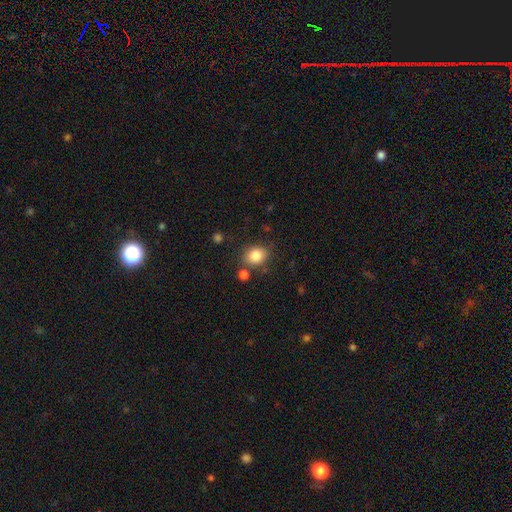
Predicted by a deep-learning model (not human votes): Smooth or featured: smooth — 83% (star or artifact — 10%)
How rounded: round — 54% (in between — 45%)
Merging: none — 77% (minor disturbance — 12%)